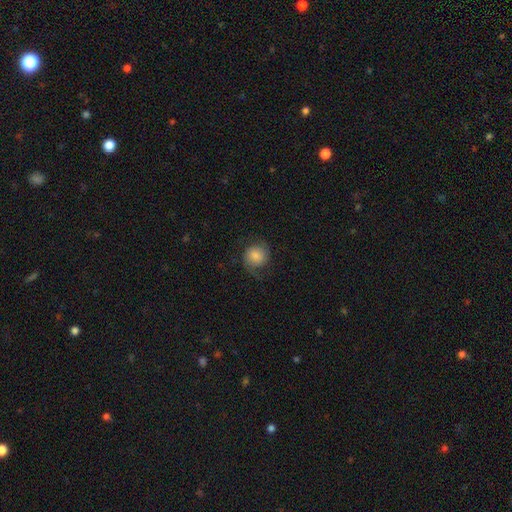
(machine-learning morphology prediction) Overall: smooth (59%; featured or disk 32%). How rounded: round (84%). Merging: none (70%).